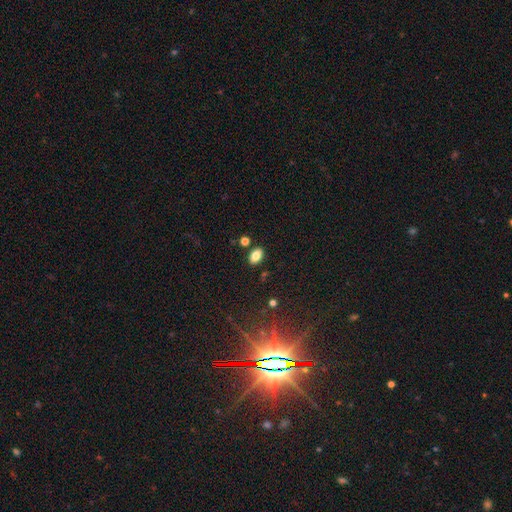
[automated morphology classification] Overall: smooth (83%). How rounded: in between (89%). Merging: none (84%).